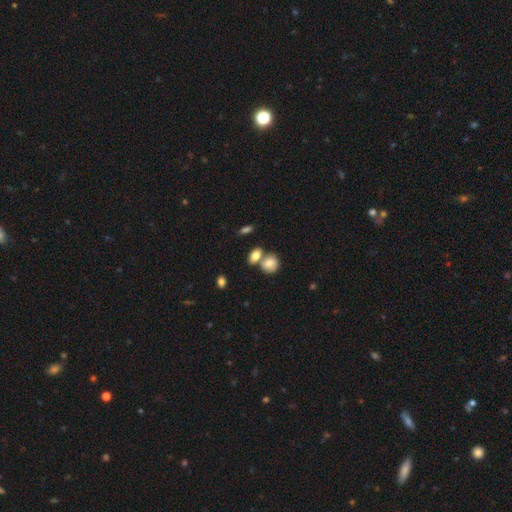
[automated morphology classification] This appears to be a smooth galaxy with no disk features (78%) that is in between round and cigar-shaped (65%). Merging: none (48%).